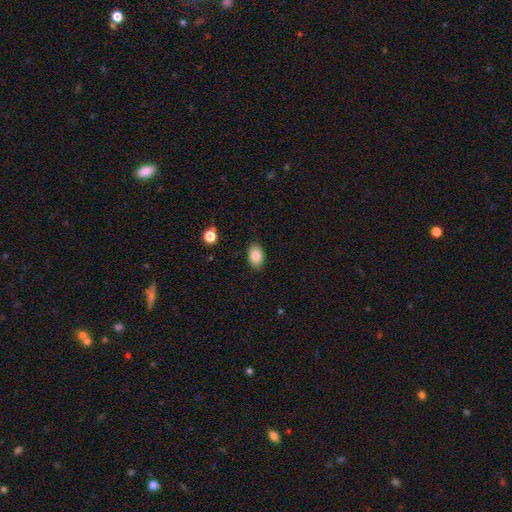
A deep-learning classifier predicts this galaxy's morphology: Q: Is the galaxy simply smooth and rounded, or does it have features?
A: smooth — 84%.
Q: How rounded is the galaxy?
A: in between — 89%.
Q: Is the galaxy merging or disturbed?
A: none — 87%.